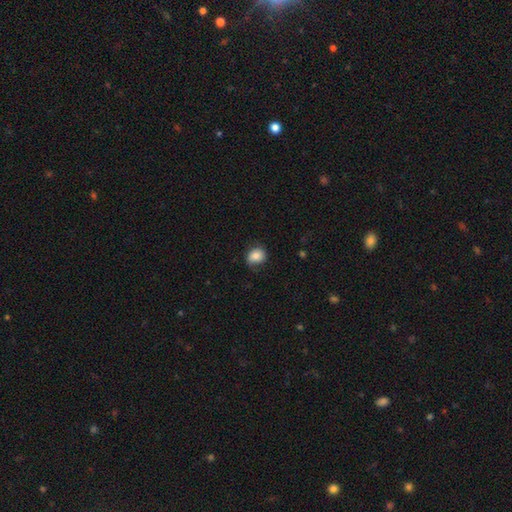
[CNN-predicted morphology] A smooth galaxy with no disk features (82%) that is round (58%). Merging: none (72%).